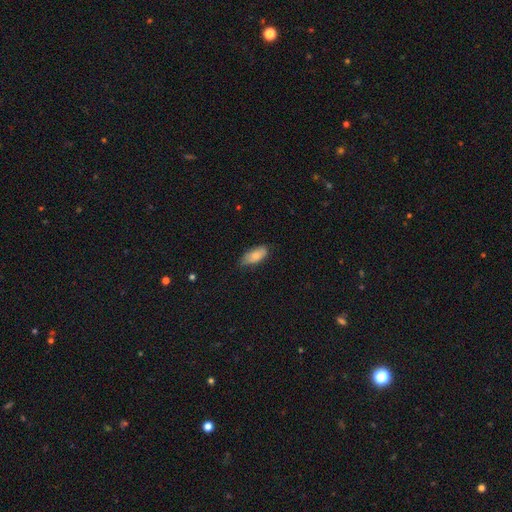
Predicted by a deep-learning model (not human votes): The model was most divided on "merging": none: 71%, minor disturbance: 24%, major disturbance: 4%, merger: 1%. More confident: how rounded — in between (84%); smooth or featured — smooth (82%).